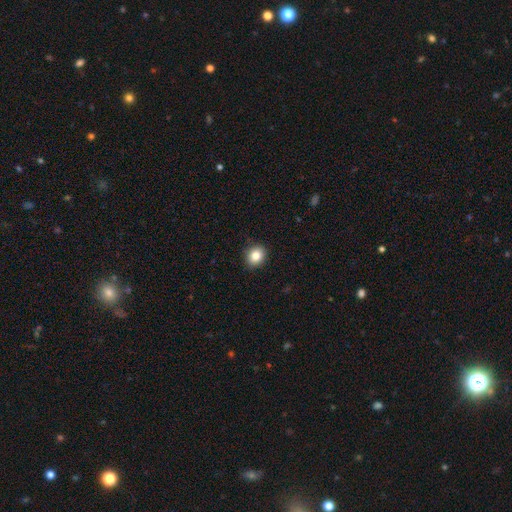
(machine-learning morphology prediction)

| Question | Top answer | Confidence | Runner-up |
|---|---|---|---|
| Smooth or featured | smooth | 83% | star or artifact (10%) |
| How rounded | round | 66% | in between (33%) |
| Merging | none | 90% | minor disturbance (7%) |